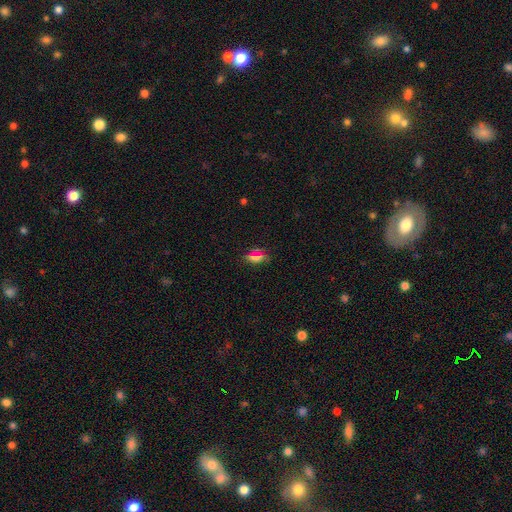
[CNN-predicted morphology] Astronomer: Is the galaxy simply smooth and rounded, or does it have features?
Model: smooth — 63%.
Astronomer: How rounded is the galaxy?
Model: in between — 75%.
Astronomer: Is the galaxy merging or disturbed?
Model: none — 74%.